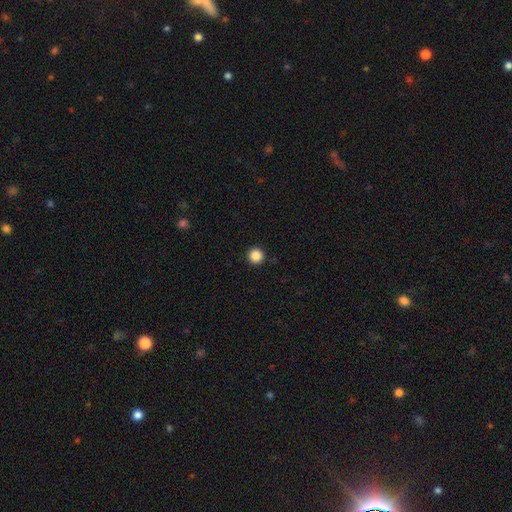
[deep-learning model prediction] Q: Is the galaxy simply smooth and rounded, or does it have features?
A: smooth — 87%.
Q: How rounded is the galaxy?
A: round — 96%.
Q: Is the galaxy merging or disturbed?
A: none — 93%.